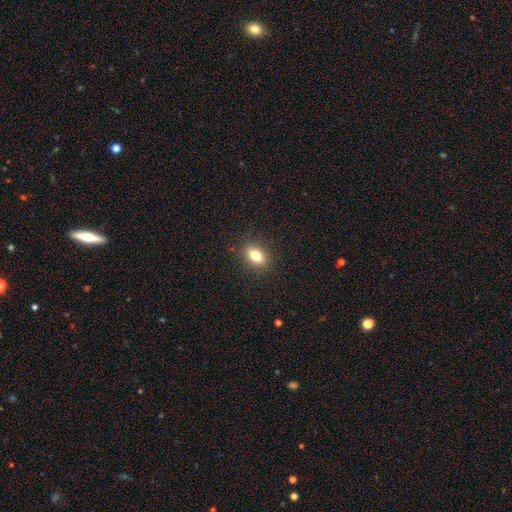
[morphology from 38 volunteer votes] Q: Smooth or featured?
A: smooth (82%); runner-up: featured or disk (11%)
Q: How rounded?
A: in between (90%); runner-up: round (6%)
Q: Merging?
A: none (91%); runner-up: minor disturbance (6%)